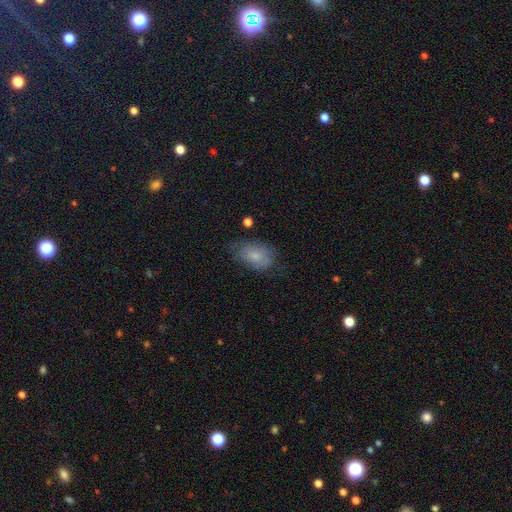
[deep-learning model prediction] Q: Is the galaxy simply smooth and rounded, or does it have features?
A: smooth — 76%.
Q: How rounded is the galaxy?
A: in between — 88%.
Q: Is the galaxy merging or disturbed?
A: none — 62%.